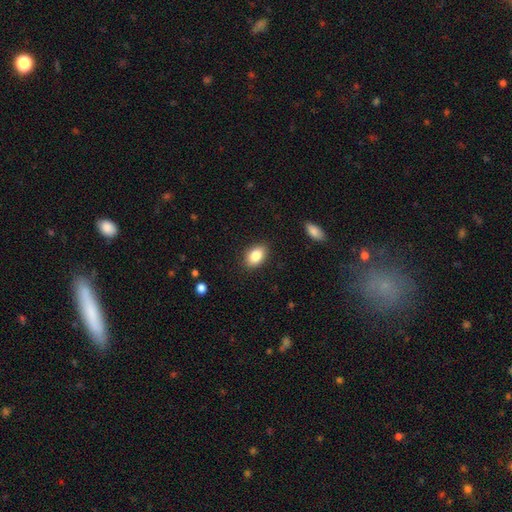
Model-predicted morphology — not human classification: A smooth galaxy with no disk features (85%) that is in between round and cigar-shaped (86%).

Vote fractions:
- Smooth or featured? smooth: 85% / star or artifact: 8% / featured or disk: 7%
- How rounded? in between: 86% / round: 12% / cigar-shaped: 1%
- Merging? none: 87% / minor disturbance: 9% / major disturbance: 2% / merger: 1%